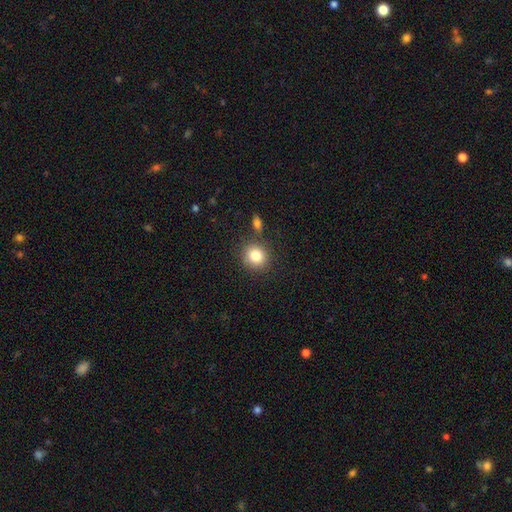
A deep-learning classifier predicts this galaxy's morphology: Overall: smooth (83%). How rounded: round (84%). Merging: none (80%).